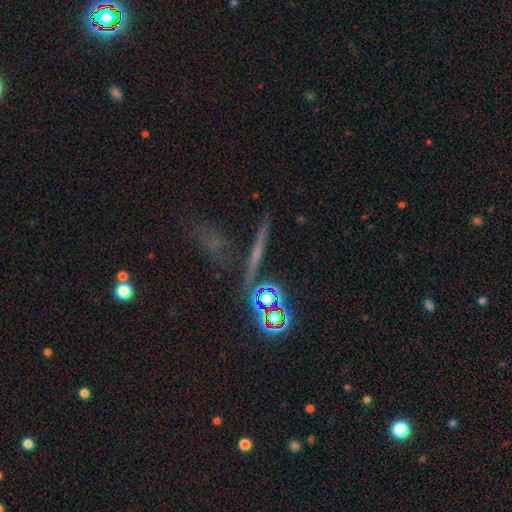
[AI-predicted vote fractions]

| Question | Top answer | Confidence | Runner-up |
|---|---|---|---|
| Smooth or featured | featured or disk | 35% | smooth (34%) |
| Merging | none | 83% | minor disturbance (9%) |